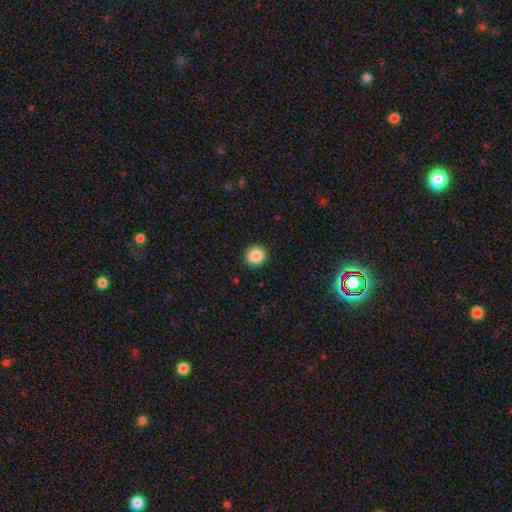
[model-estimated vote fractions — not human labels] A smooth galaxy with no disk features (87%) that is round (80%).

Vote fractions:
- Smooth or featured? smooth: 87% / star or artifact: 9% / featured or disk: 4%
- How rounded? round: 80% / in between: 19% / cigar-shaped: 1%
- Merging? none: 91% / minor disturbance: 6% / major disturbance: 2% / merger: 1%